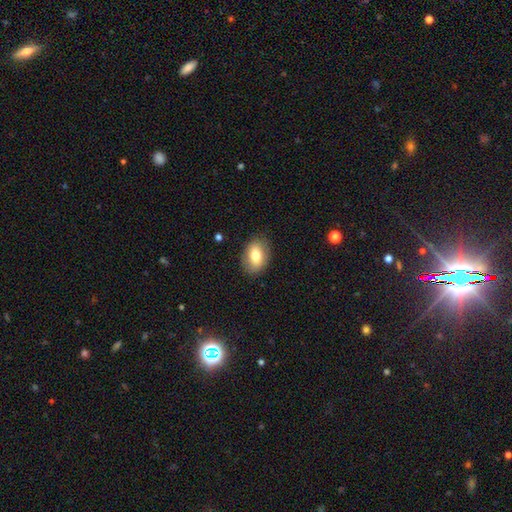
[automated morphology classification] The model was most divided on "how rounded": in between: 79%, round: 19%, cigar-shaped: 1%. More confident: merging — none (85%); smooth or featured — smooth (77%).